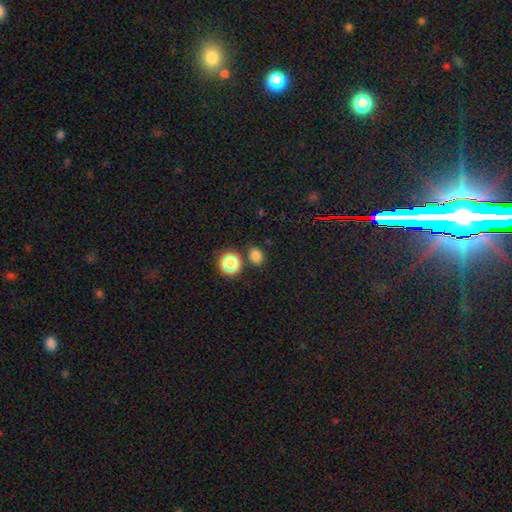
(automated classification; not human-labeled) Smooth or featured?
  - smooth: 76% *
  - star or artifact: 19%
  - featured or disk: 5%
How rounded?
  - round: 54% *
  - in between: 45%
  - cigar-shaped: 1%
Merging?
  - none: 77% *
  - merger: 10%
  - minor disturbance: 10%
  - major disturbance: 3%